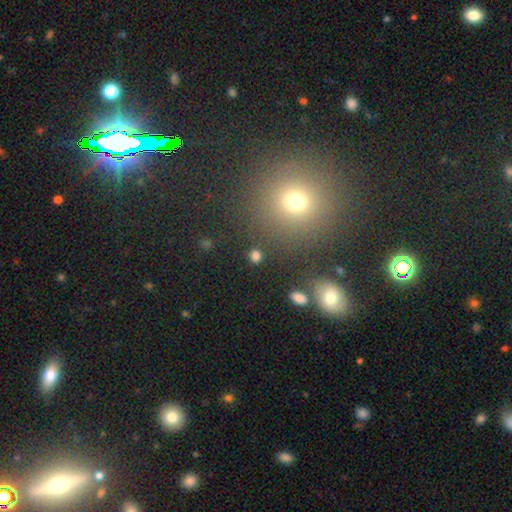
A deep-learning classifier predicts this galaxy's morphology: The model was most divided on "smooth or featured": smooth: 79%, star or artifact: 16%, featured or disk: 5%. More confident: how rounded — round (86%); merging — none (86%).